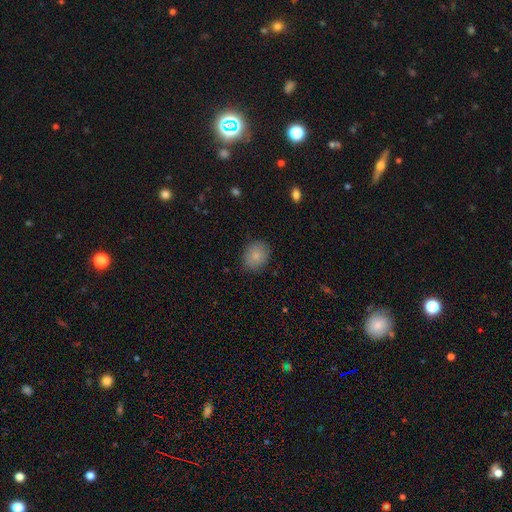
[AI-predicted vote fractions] Smooth or featured? smooth (83%)
How rounded? round (53%)
Merging? none (83%)